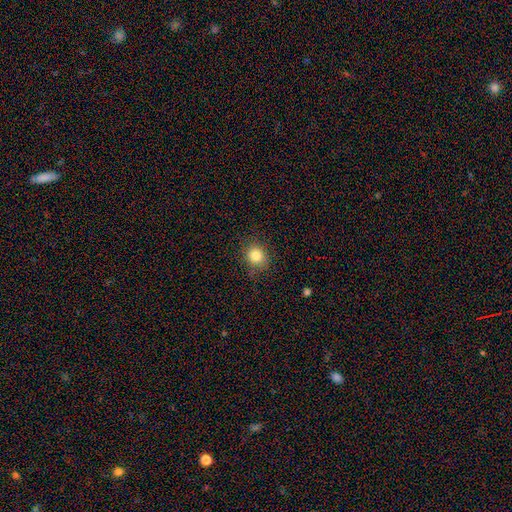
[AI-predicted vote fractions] This is clearly a smooth galaxy (82%). How rounded: clearly round (80%). Merging: clearly none (82%).